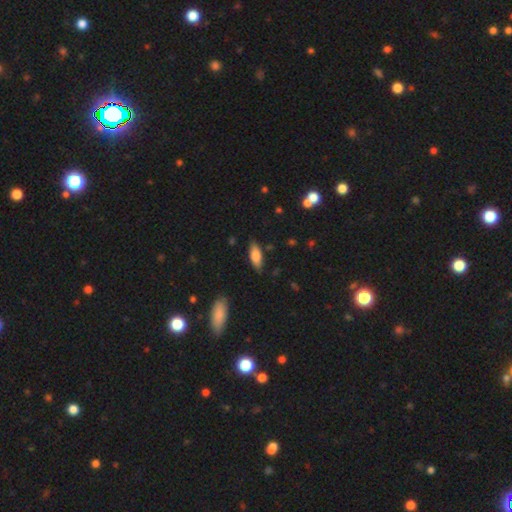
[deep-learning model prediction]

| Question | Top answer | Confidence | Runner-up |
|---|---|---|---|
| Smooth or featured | smooth | 79% | featured or disk (15%) |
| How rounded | in between | 70% | cigar-shaped (28%) |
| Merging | none | 84% | minor disturbance (12%) |